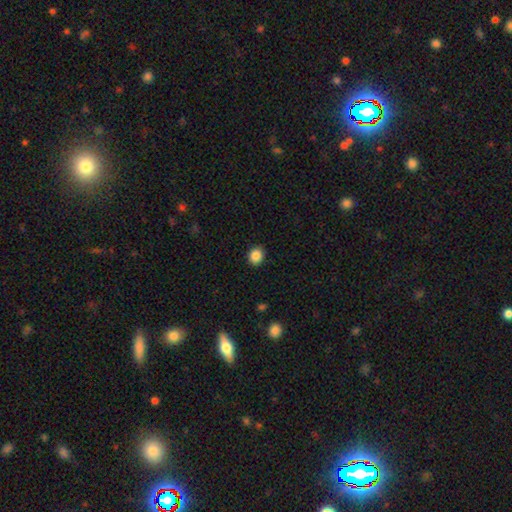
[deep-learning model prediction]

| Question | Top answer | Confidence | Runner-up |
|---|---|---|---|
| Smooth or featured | smooth | 87% | star or artifact (10%) |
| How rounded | round | 69% | in between (30%) |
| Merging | none | 90% | minor disturbance (7%) |